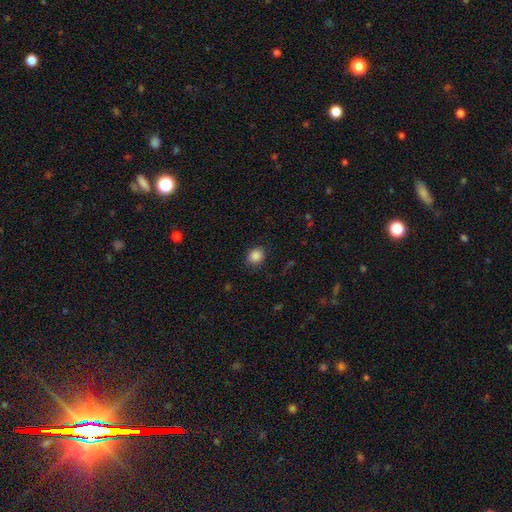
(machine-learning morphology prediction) smooth-or-featured: smooth: 87% | star or artifact: 9% | featured or disk: 3%
  how-rounded: round: 61% | in between: 38% | cigar-shaped: 1%
  merging: none: 87% | minor disturbance: 9% | major disturbance: 3% | merger: 1%